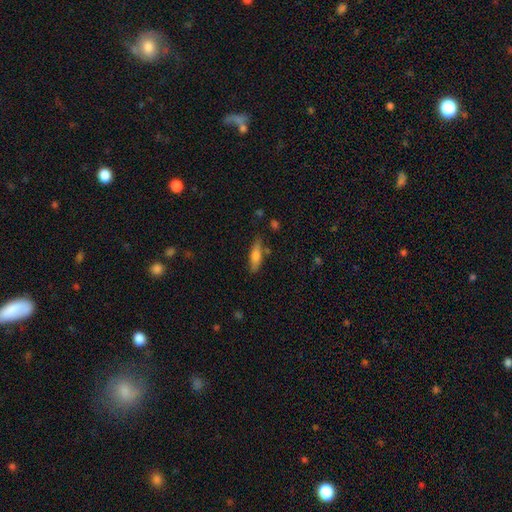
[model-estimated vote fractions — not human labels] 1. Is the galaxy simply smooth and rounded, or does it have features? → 71% smooth, 22% featured or disk, 7% star or artifact.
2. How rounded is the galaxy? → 60% cigar-shaped, 38% in between, 2% round.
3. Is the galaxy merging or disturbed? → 74% none, 17% minor disturbance, 6% merger, 4% major disturbance.